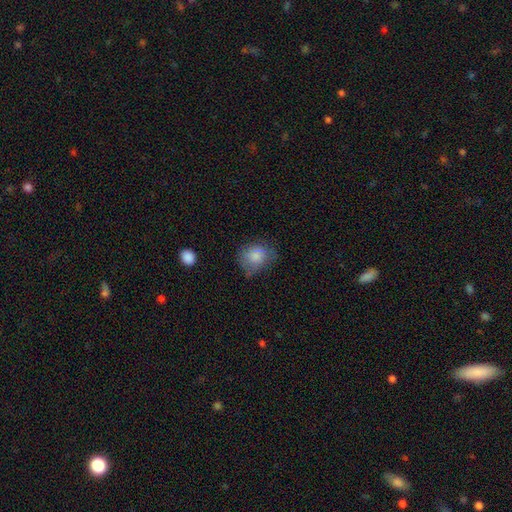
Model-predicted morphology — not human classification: smooth 79%, featured or disk 12%, star or artifact 8%. Down the decision tree: how rounded — round (61%); merging — none (53%).